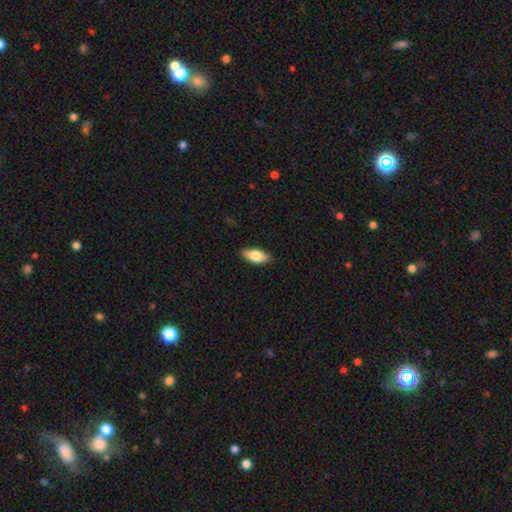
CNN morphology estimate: This is likely a smooth galaxy (78%). How rounded: clearly in between (87%). Merging: clearly none (88%).